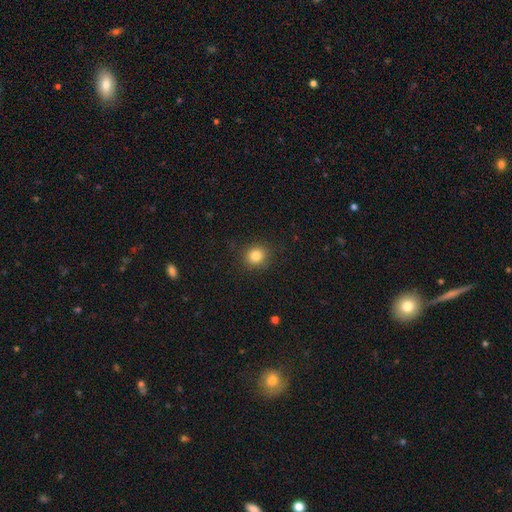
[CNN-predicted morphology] A smooth galaxy with no disk features (83%) that is round (87%). Merging: none (89%).